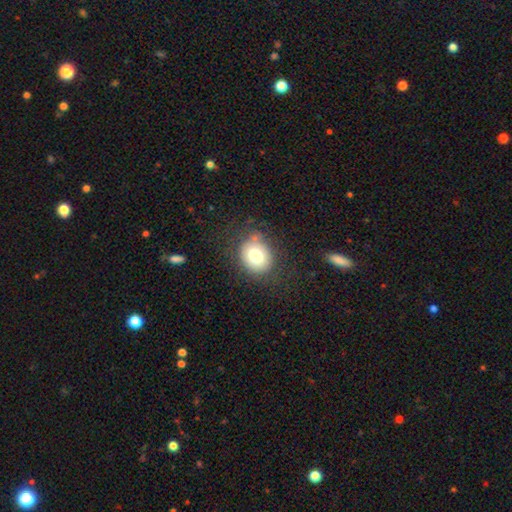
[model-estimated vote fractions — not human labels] Q: Smooth or featured?
A: smooth (73%); runner-up: featured or disk (16%)
Q: How rounded?
A: round (58%); runner-up: in between (41%)
Q: Merging?
A: none (75%); runner-up: minor disturbance (15%)